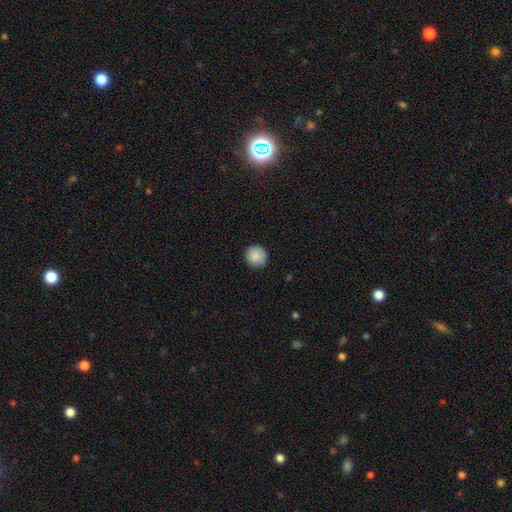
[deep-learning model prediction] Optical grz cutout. It shows a smooth galaxy with no disk features (88%) that is round (92%). Merging: none (90%).